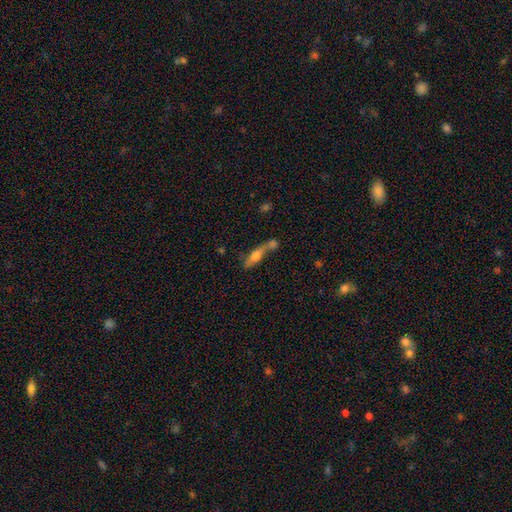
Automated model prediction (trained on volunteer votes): Smooth or featured?
  - smooth: 56% *
  - featured or disk: 36%
  - star or artifact: 9%
How rounded?
  - cigar-shaped: 60% *
  - in between: 35%
  - round: 5%
Merging?
  - merger: 48% *
  - none: 31%
  - minor disturbance: 12%
  - major disturbance: 9%